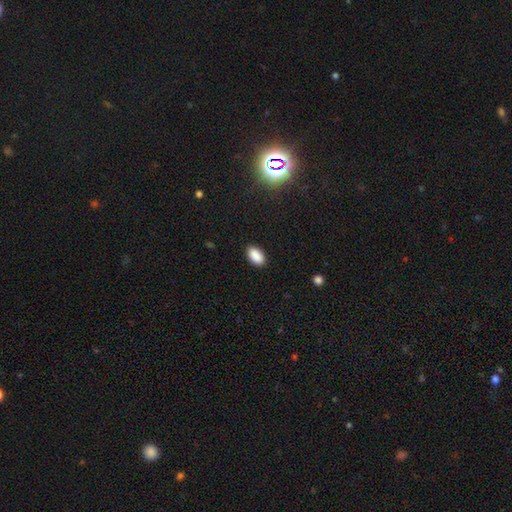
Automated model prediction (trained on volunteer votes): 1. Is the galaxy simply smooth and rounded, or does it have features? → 89% smooth, 8% star or artifact, 3% featured or disk.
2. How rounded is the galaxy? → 94% in between, 4% round, 2% cigar-shaped.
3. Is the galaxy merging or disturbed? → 89% none, 8% minor disturbance, 2% major disturbance, 1% merger.